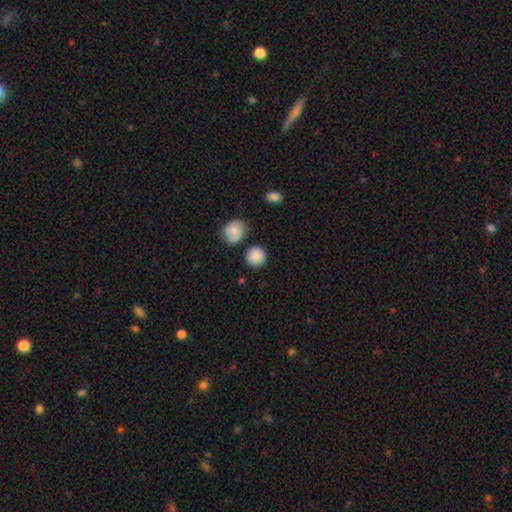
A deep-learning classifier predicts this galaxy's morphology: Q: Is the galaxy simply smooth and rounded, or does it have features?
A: smooth — 87%.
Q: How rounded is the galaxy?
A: round — 90%.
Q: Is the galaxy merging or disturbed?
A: none — 82%.